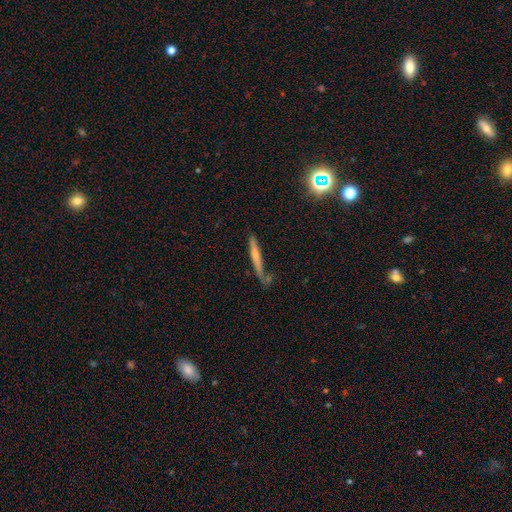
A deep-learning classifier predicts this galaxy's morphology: A smooth galaxy with no disk features (55%) that is cigar-shaped (94%). Merging: none (65%).